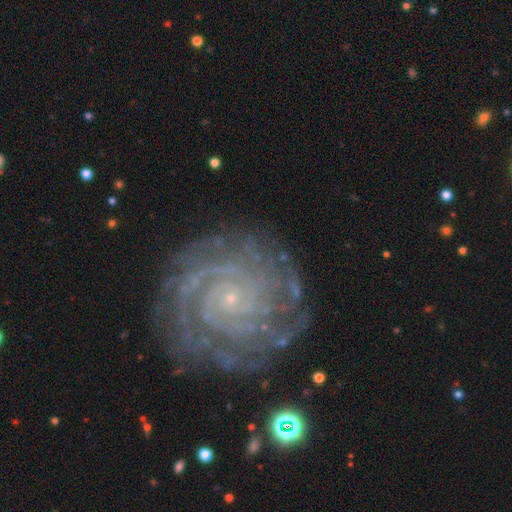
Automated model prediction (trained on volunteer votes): A featured or disk galaxy (90%) with no bar (78%), 2 (20%, tied with 4) tight (85%) spiral arms (98%) and a small central bulge (89%). Merging: none (80%).